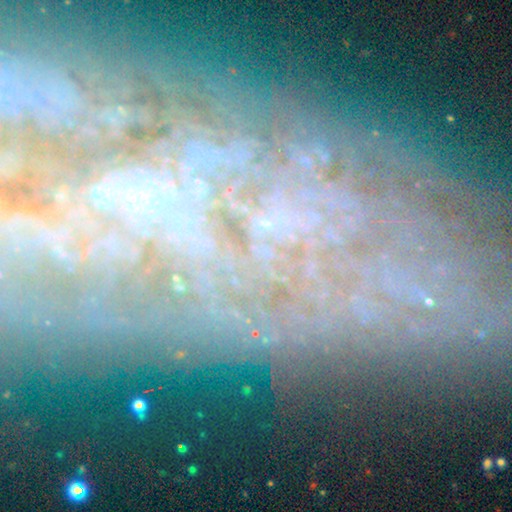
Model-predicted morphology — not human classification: The model was most divided on "smooth or featured": featured or disk: 50%, star or artifact: 34%, smooth: 16%. More confident: merging — none (64%).